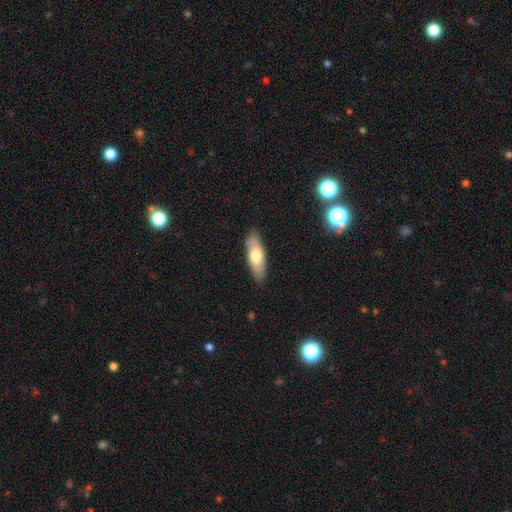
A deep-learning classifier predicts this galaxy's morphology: A smooth galaxy with no disk features (66%) that is in between round and cigar-shaped (60%).

Vote fractions:
- Smooth or featured? smooth: 66% / featured or disk: 28% / star or artifact: 6%
- How rounded? in between: 60% / cigar-shaped: 38% / round: 2%
- Merging? none: 84% / minor disturbance: 12% / major disturbance: 2% / merger: 1%